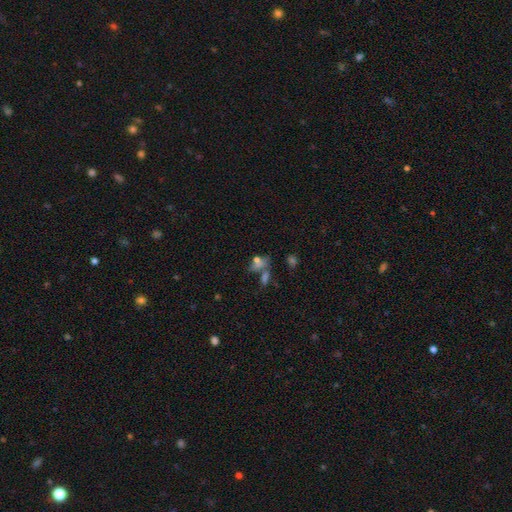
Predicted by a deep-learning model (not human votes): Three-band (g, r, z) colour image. It shows a smooth galaxy with no disk features (42%). Merging: none (43%).